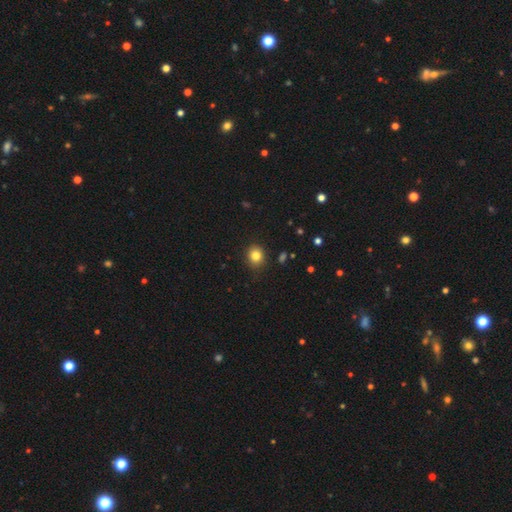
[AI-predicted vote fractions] smooth 82%, star or artifact 12%, featured or disk 6%. Down the decision tree: how rounded — round (78%); merging — none (88%).